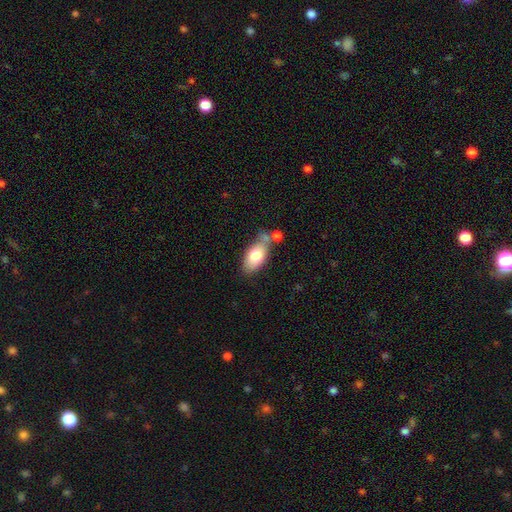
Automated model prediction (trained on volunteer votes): Smooth or featured? smooth (74%)
How rounded? in between (90%)
Merging? none (52%)